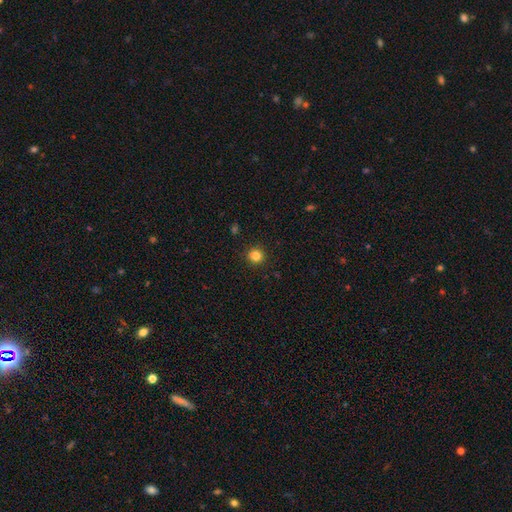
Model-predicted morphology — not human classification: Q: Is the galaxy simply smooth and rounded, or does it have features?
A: smooth — 84%.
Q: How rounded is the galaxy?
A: round — 88%.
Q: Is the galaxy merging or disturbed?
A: none — 91%.